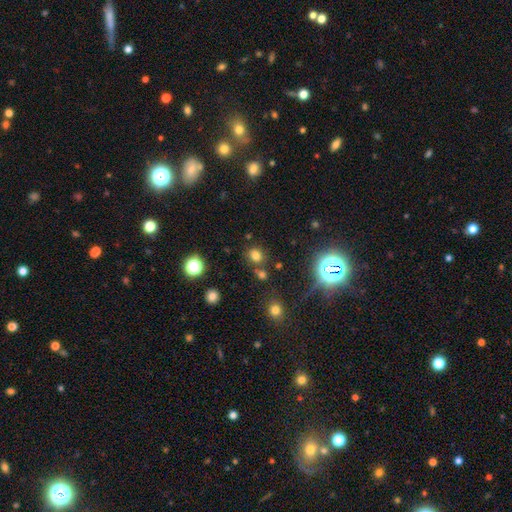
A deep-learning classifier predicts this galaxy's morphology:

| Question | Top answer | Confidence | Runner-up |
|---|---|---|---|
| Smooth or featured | smooth | 73% | star or artifact (21%) |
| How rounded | round | 71% | in between (28%) |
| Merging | none | 74% | merger (12%) |